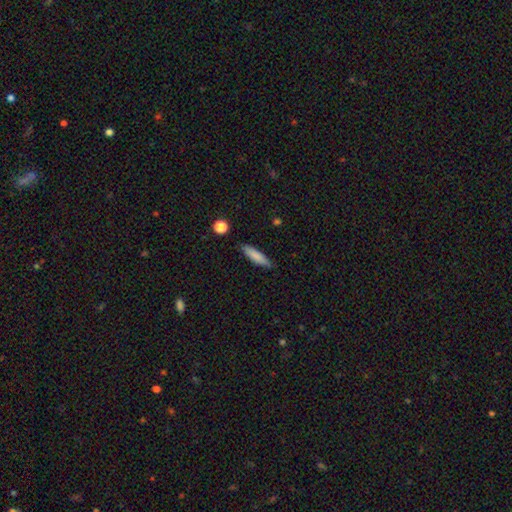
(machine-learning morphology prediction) smooth-or-featured: smooth: 81% | featured or disk: 12% | star or artifact: 7%
  how-rounded: cigar-shaped: 75% | in between: 24% | round: 2%
  merging: none: 85% | minor disturbance: 11% | major disturbance: 2% | merger: 2%